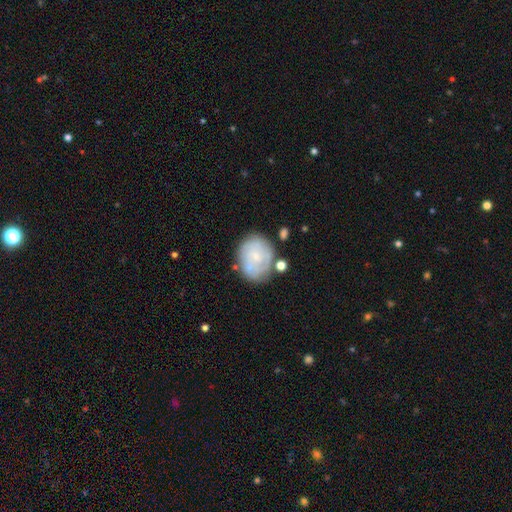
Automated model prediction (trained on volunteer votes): smooth_or_featured: featured or disk (p=0.46) [tied with: smooth p=0.46]
merging: none (p=0.62) [alt: minor disturbance p=0.22]